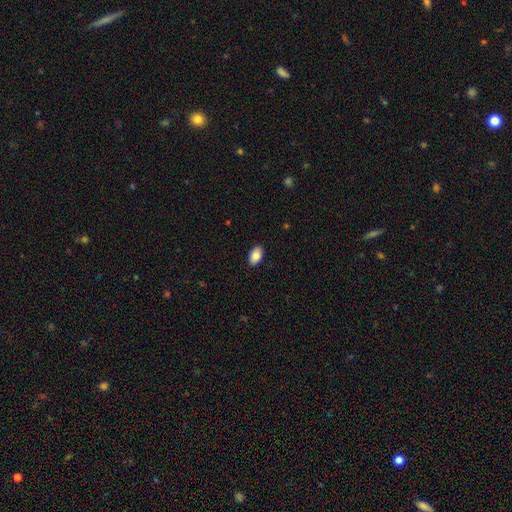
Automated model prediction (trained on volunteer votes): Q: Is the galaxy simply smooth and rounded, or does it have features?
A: smooth — 85%.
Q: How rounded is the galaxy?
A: in between — 93%.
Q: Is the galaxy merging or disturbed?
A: none — 89%.